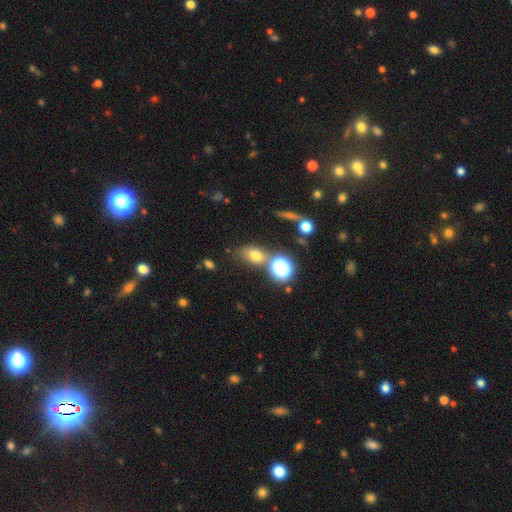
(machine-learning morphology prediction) This is likely a smooth galaxy (69%). How rounded: likely in between (73%). Merging: likely none (61%).